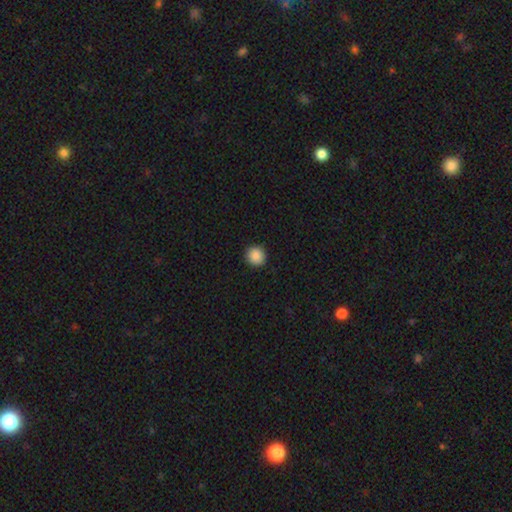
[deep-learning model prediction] Smooth or featured? Predicted: smooth (p=0.88). How rounded? Predicted: round (p=0.91). Merging? Predicted: none (p=0.92).